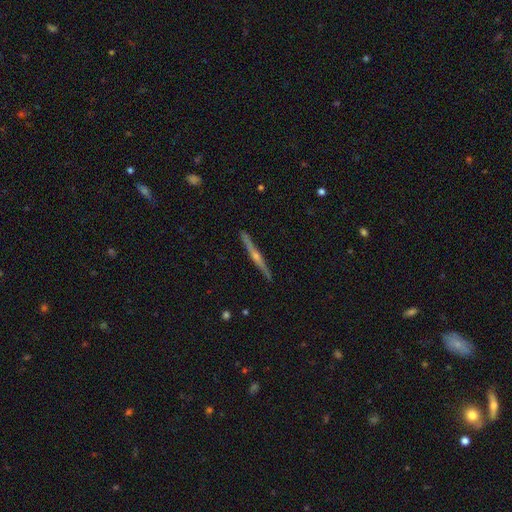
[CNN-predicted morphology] Smooth or featured?
  - featured or disk: 80% *
  - smooth: 14%
  - star or artifact: 5%
Edge-on disk?
  - yes: 98% *
  - no: 2%
Edge-on bulge?
  - rounded: 85% *
  - none: 10%
  - boxy: 5%
Merging?
  - none: 91% *
  - minor disturbance: 6%
  - major disturbance: 1%
  - merger: 1%